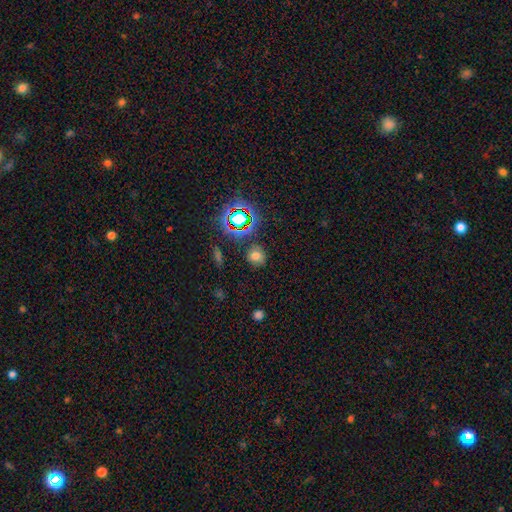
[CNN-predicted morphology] This is likely a smooth galaxy (67%). How rounded: likely round (74%). Merging: clearly none (82%).